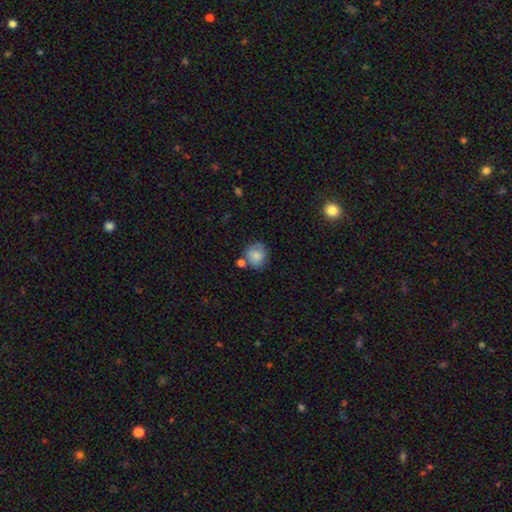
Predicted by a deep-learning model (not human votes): A smooth galaxy with no disk features (82%) that is round (78%). Merging: none (62%).